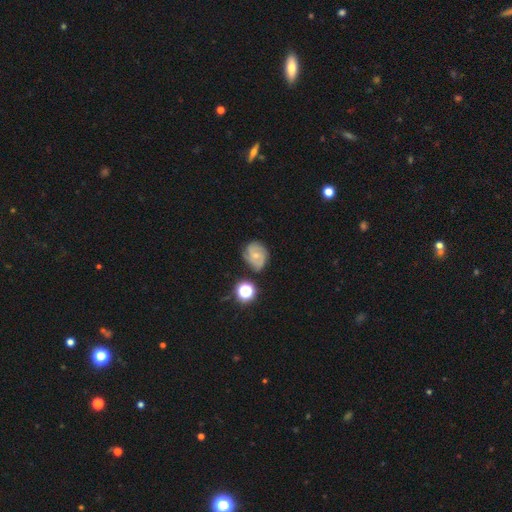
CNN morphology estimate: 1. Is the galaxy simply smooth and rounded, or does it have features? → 65% featured or disk, 24% smooth, 11% star or artifact.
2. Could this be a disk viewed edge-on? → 98% no, 2% yes.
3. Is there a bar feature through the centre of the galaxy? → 67% no, 28% weak, 5% strong.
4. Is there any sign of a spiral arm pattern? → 91% yes, 9% no.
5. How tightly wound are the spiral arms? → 50% tight, 39% medium, 11% loose.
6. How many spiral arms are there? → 38% 3, 24% can't tell, 23% 2, 7% 4, 4% 1, 4% more than 4.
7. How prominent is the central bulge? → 63% small, 32% moderate, 3% none, 1% large, 1% dominant.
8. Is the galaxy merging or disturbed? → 66% none, 24% minor disturbance, 7% major disturbance, 4% merger.